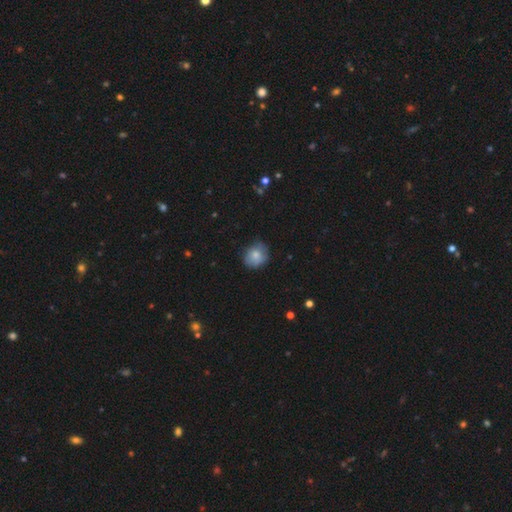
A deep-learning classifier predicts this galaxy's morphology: smooth_or_featured: smooth (p=0.80) [alt: featured or disk p=0.12]
how_rounded: round (p=0.70) [alt: in between p=0.29]
merging: none (p=0.71) [alt: minor disturbance p=0.24]